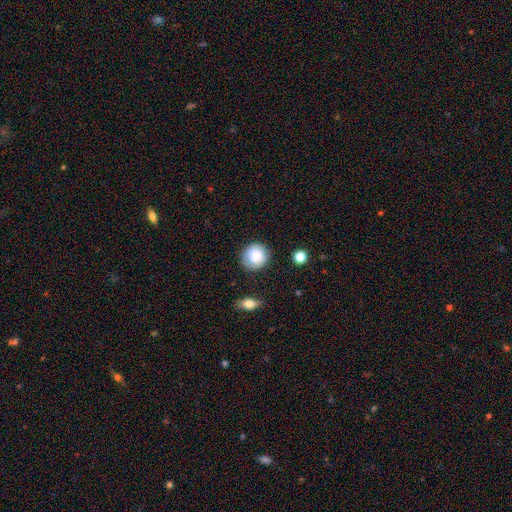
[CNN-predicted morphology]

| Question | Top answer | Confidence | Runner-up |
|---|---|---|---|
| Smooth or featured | smooth | 80% | featured or disk (11%) |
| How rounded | round | 90% | in between (9%) |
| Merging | none | 82% | minor disturbance (13%) |